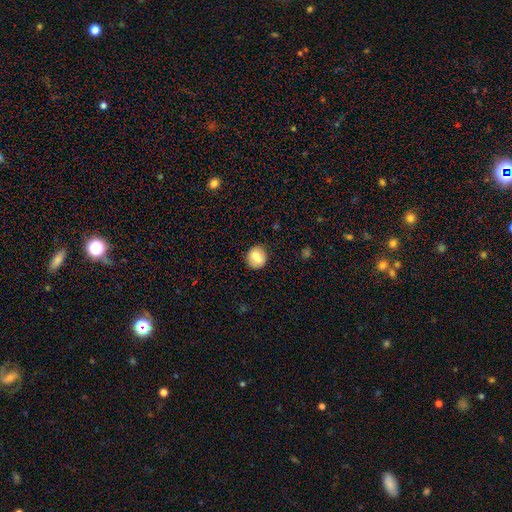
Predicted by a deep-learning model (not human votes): Smooth or featured?
  - smooth: 73% *
  - featured or disk: 19%
  - star or artifact: 9%
How rounded?
  - round: 84% *
  - in between: 15%
  - cigar-shaped: 1%
Merging?
  - none: 80% *
  - minor disturbance: 12%
  - merger: 4%
  - major disturbance: 3%